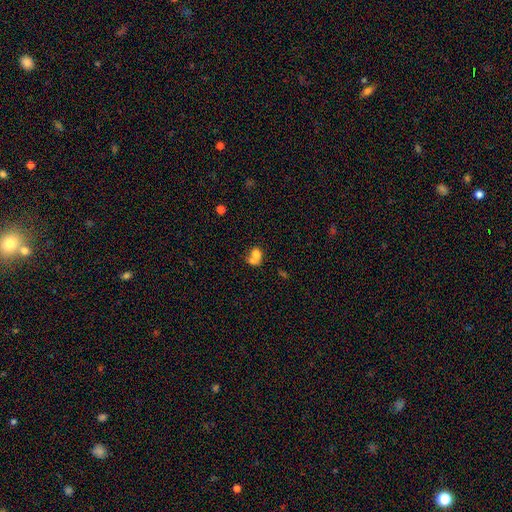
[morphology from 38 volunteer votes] smooth 68%, featured or disk 24%, star or artifact 8%. Down the decision tree: how rounded — round (58%); merging — merger (80%).